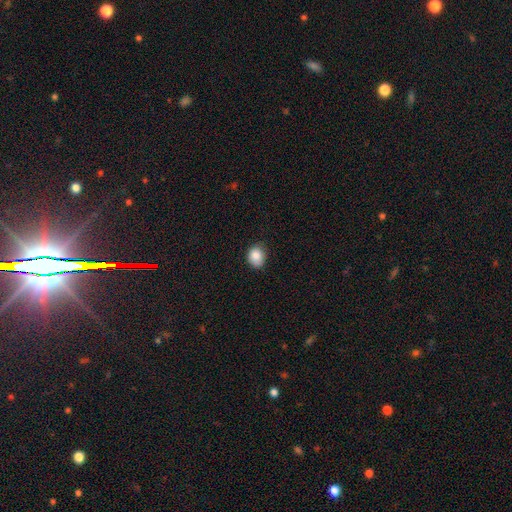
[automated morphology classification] The model was most divided on "how rounded": round: 55%, in between: 45%, cigar-shaped: 1%. More confident: smooth or featured — smooth (85%); merging — none (70%).